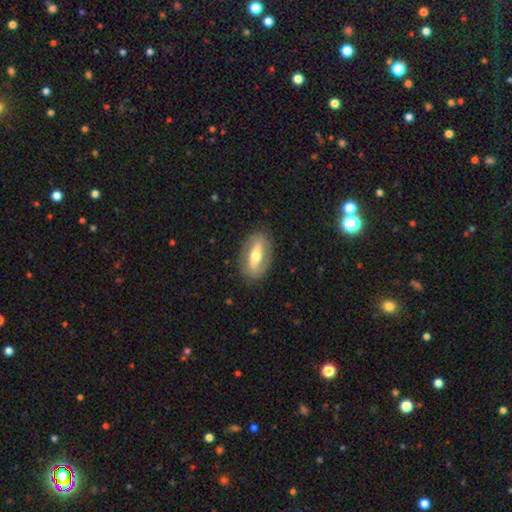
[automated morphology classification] A featured or disk galaxy (57%).

Vote fractions:
- Smooth or featured? featured or disk: 57% / smooth: 37% / star or artifact: 6%
- Edge-on disk? no: 79% / yes: 21%
- Merging? none: 84% / minor disturbance: 11% / major disturbance: 4% / merger: 1%